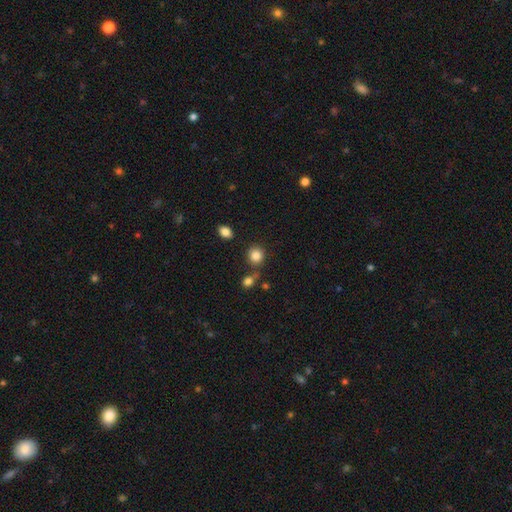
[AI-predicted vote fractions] smooth-or-featured: smooth: 84% | star or artifact: 11% | featured or disk: 6%
  how-rounded: round: 83% | in between: 16% | cigar-shaped: 1%
  merging: none: 75% | merger: 12% | minor disturbance: 10% | major disturbance: 3%